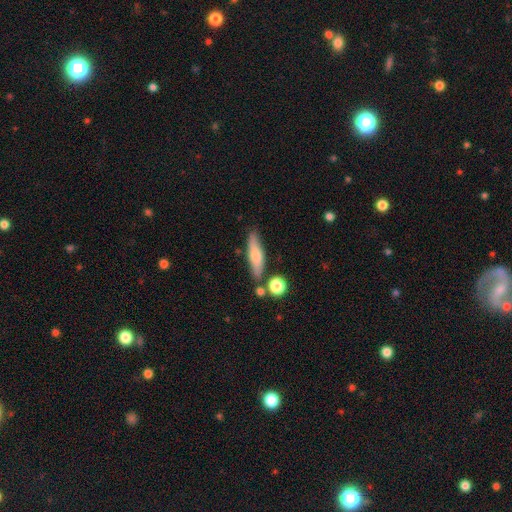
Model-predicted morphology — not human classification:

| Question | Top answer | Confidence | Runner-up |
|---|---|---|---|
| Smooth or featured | smooth | 65% | featured or disk (28%) |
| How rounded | cigar-shaped | 66% | in between (31%) |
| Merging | none | 74% | minor disturbance (14%) |